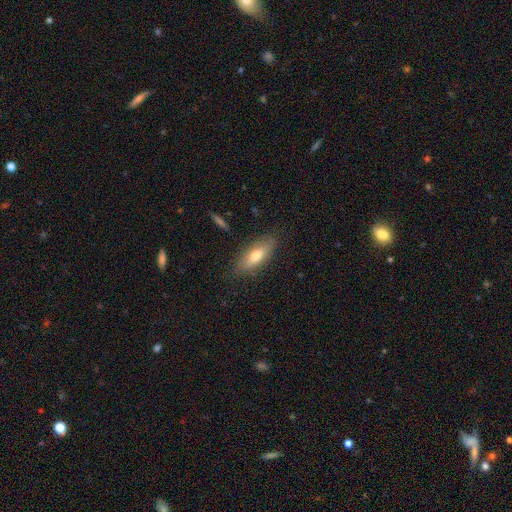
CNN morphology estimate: Q: Smooth or featured?
A: smooth (70%); runner-up: featured or disk (24%)
Q: How rounded?
A: in between (71%); runner-up: cigar-shaped (27%)
Q: Merging?
A: none (82%); runner-up: minor disturbance (13%)